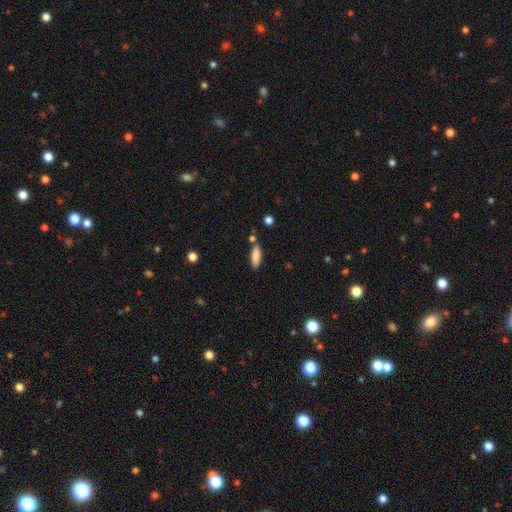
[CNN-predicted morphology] A smooth galaxy with no disk features (85%) that is in between round and cigar-shaped (59%).

Vote fractions:
- Smooth or featured? smooth: 85% / featured or disk: 8% / star or artifact: 7%
- How rounded? in between: 59% / cigar-shaped: 39% / round: 2%
- Merging? none: 78% / minor disturbance: 13% / merger: 6% / major disturbance: 3%